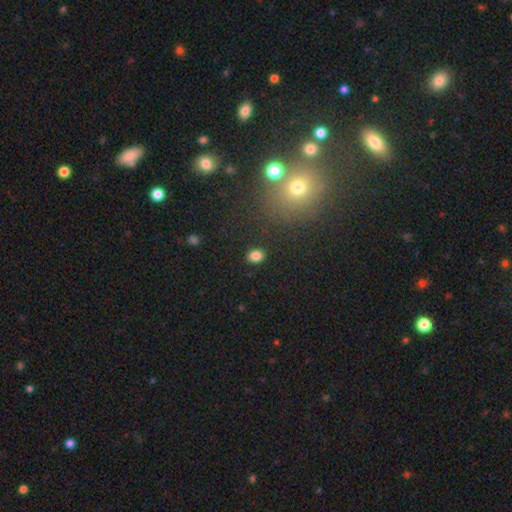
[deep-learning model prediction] smooth-or-featured: smooth: 84% | star or artifact: 12% | featured or disk: 5%
  how-rounded: in between: 51% | round: 48% | cigar-shaped: 1%
  merging: none: 89% | minor disturbance: 7% | major disturbance: 2% | merger: 1%